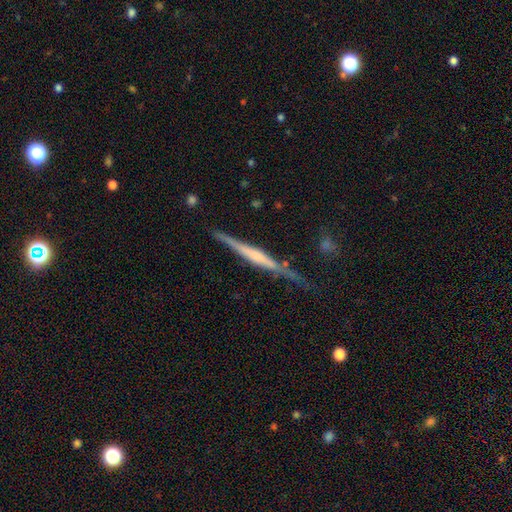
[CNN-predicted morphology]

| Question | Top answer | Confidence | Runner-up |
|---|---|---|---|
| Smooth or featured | featured or disk | 69% | smooth (26%) |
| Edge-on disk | yes | 97% | no (3%) |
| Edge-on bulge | none | 39% | rounded (34%) |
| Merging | none | 74% | minor disturbance (18%) |